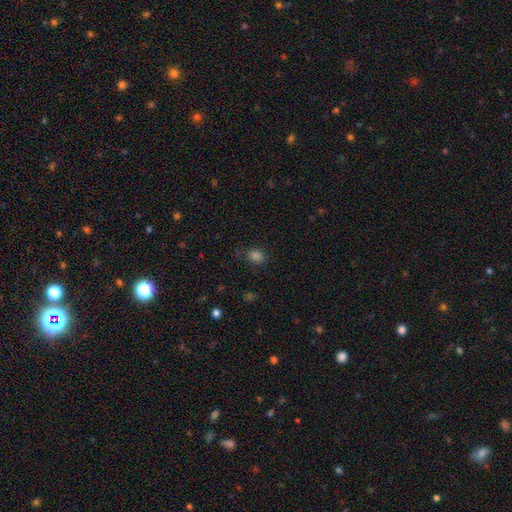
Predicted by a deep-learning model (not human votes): Smooth or featured: smooth — 80% (star or artifact — 16%)
How rounded: round — 54% (in between — 45%)
Merging: none — 81% (minor disturbance — 14%)